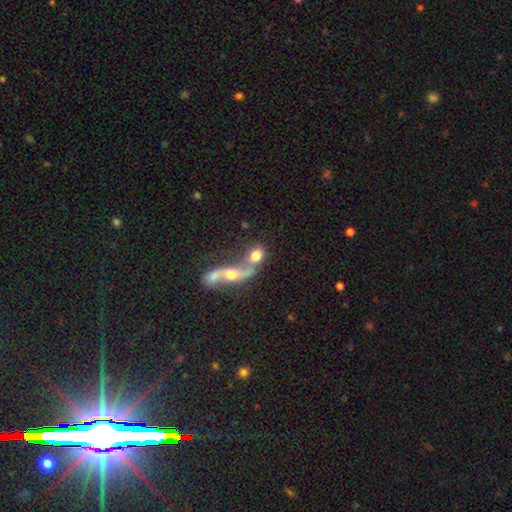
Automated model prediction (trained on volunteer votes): Morphology: type=smooth (67%); roundness=round (49%); merging=merger (53%).